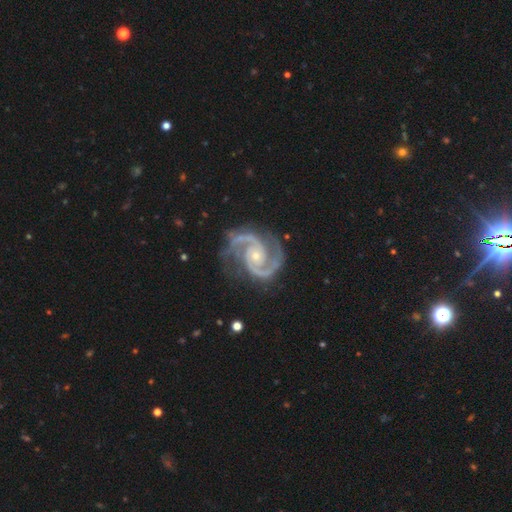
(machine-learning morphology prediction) Overall: featured or disk (94%). Edge-on disk: no (98%). Bar: no (68%). Spiral arms: yes (99%). Spiral arm count: 2 (92%). Spiral winding: medium (60%; tight 32%). Bulge size: small (67%; moderate 29%). Merging: none (77%).